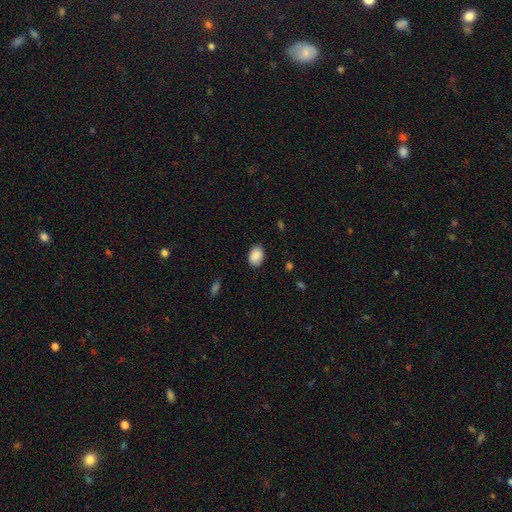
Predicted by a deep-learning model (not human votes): smooth_or_featured: smooth (p=0.90) [alt: star or artifact p=0.07]
how_rounded: in between (p=0.82) [alt: round p=0.17]
merging: none (p=0.85) [alt: minor disturbance p=0.11]